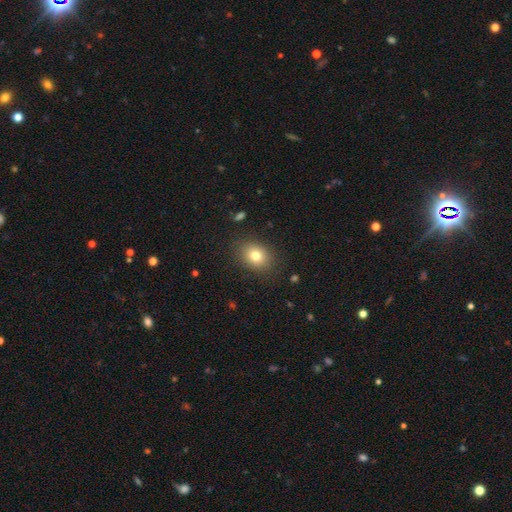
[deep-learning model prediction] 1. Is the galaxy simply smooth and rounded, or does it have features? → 79% smooth, 11% star or artifact, 10% featured or disk.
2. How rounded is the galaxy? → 57% in between, 43% round, 1% cigar-shaped.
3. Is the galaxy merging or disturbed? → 85% none, 10% minor disturbance, 3% major disturbance, 1% merger.